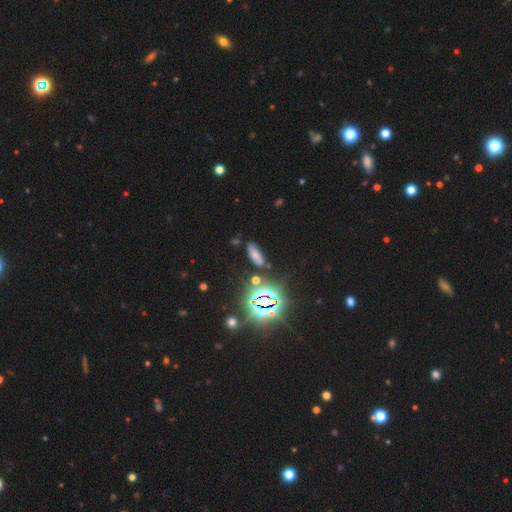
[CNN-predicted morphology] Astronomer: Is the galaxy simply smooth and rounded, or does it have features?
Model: smooth — 51% (runner-up: star or artifact, 37%).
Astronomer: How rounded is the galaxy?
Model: in between — 70%.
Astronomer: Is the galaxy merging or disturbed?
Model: none — 78%.